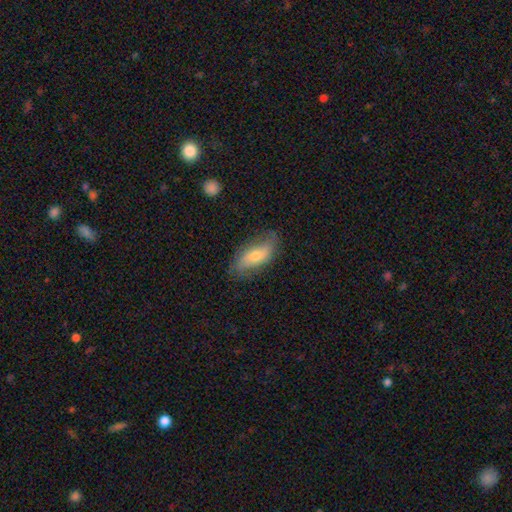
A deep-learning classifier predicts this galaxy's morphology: A featured or disk galaxy (47%).

Vote fractions:
- Smooth or featured? featured or disk: 47% / smooth: 46% / star or artifact: 7%
- Merging? none: 73% / minor disturbance: 20% / major disturbance: 6% / merger: 1%